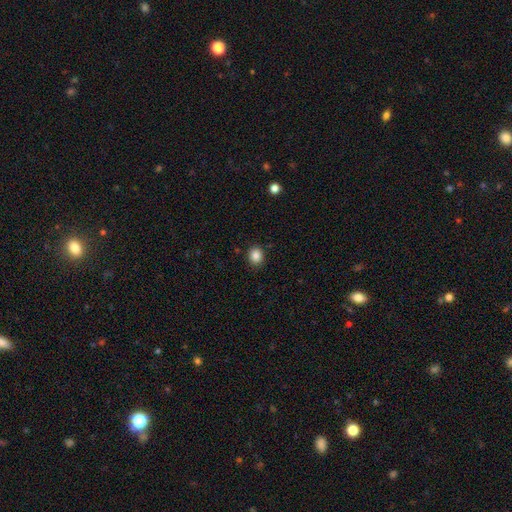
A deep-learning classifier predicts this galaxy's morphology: smooth 86%, star or artifact 10%, featured or disk 4%. Down the decision tree: how rounded — round (71%); merging — none (89%).